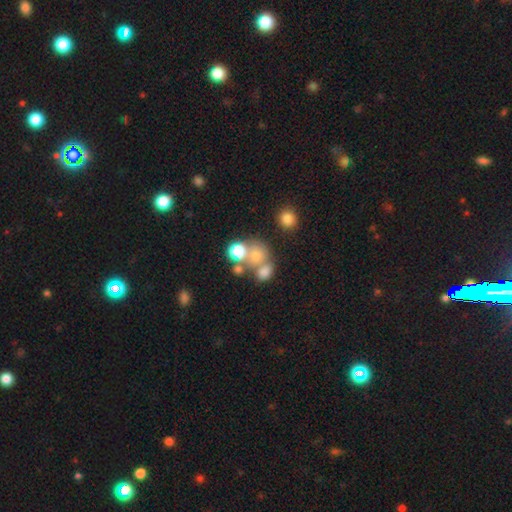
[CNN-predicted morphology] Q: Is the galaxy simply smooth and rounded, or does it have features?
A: smooth — 67%.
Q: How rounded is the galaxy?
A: round — 70%.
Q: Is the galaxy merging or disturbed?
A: merger — 48%.